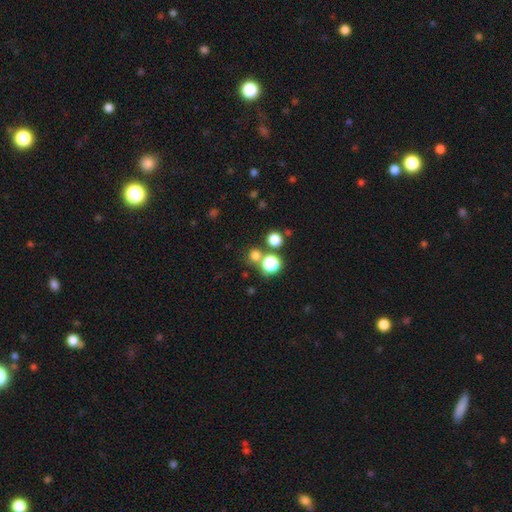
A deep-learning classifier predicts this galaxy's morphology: Q: Smooth or featured?
A: smooth (71%); runner-up: star or artifact (22%)
Q: How rounded?
A: round (90%); runner-up: in between (9%)
Q: Merging?
A: none (68%); runner-up: merger (21%)